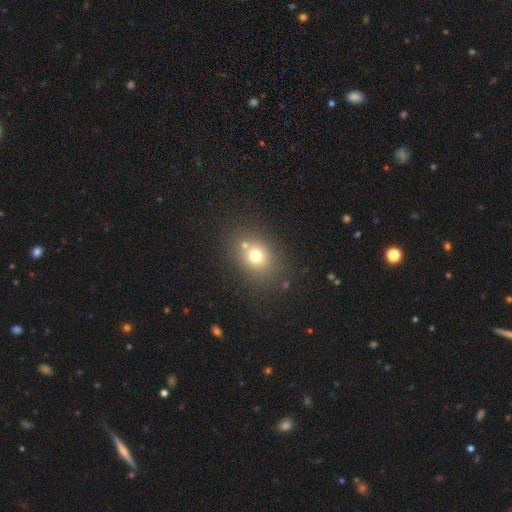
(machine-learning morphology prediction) A smooth galaxy with no disk features (70%) that is round (60%).

Vote fractions:
- Smooth or featured? smooth: 70% / star or artifact: 16% / featured or disk: 14%
- How rounded? round: 60% / in between: 39% / cigar-shaped: 1%
- Merging? none: 68% / merger: 17% / minor disturbance: 11% / major disturbance: 4%